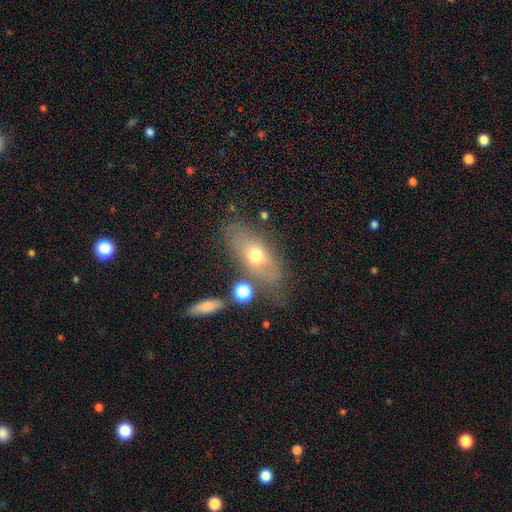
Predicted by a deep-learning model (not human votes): Smooth or featured? Predicted: smooth (p=0.58). How rounded? Predicted: in between (p=0.76). Merging? Predicted: none (p=0.62).